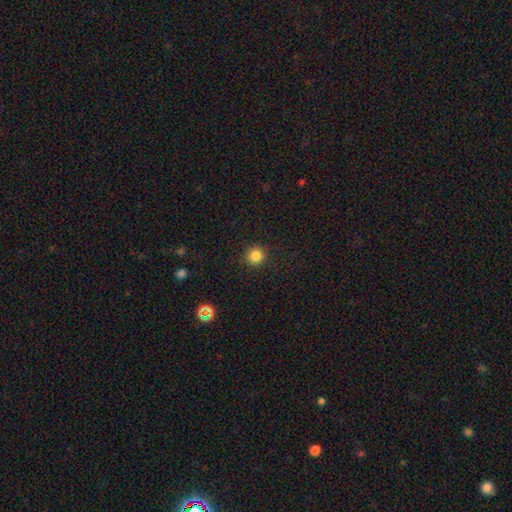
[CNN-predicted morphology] Smooth or featured? smooth (84%)
How rounded? round (94%)
Merging? none (91%)